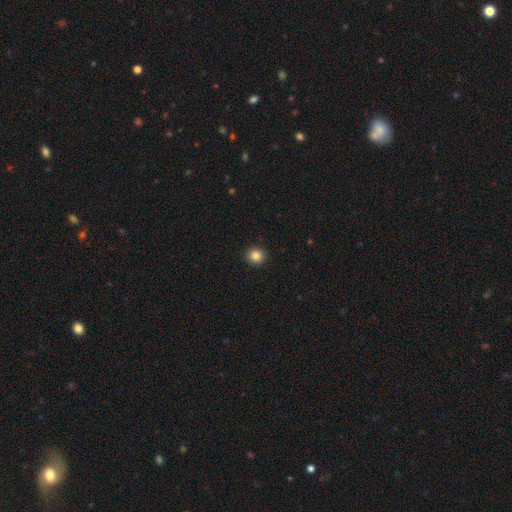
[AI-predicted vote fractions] Smooth or featured?
  - smooth: 85% *
  - star or artifact: 11%
  - featured or disk: 4%
How rounded?
  - round: 93% *
  - in between: 6%
  - cigar-shaped: 1%
Merging?
  - none: 93% *
  - minor disturbance: 4%
  - major disturbance: 1%
  - merger: 1%